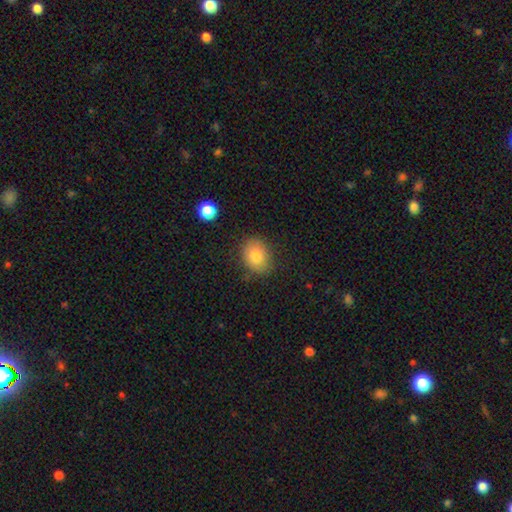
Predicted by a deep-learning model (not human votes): This appears to be a smooth galaxy with no disk features (82%) that is in between round and cigar-shaped (57%). Merging: none (81%).